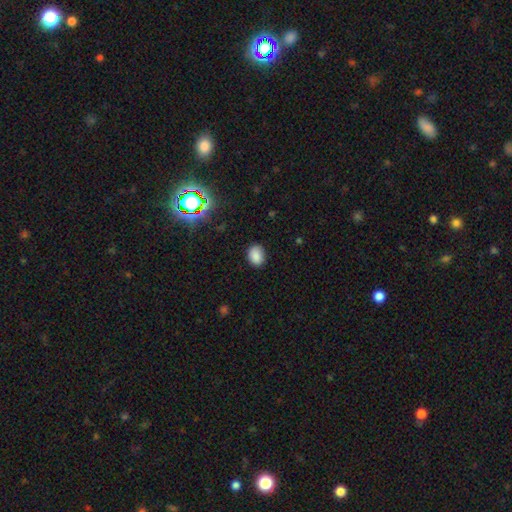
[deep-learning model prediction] Q: Smooth or featured?
A: smooth (85%); runner-up: star or artifact (11%)
Q: How rounded?
A: in between (66%); runner-up: round (33%)
Q: Merging?
A: none (86%); runner-up: minor disturbance (11%)